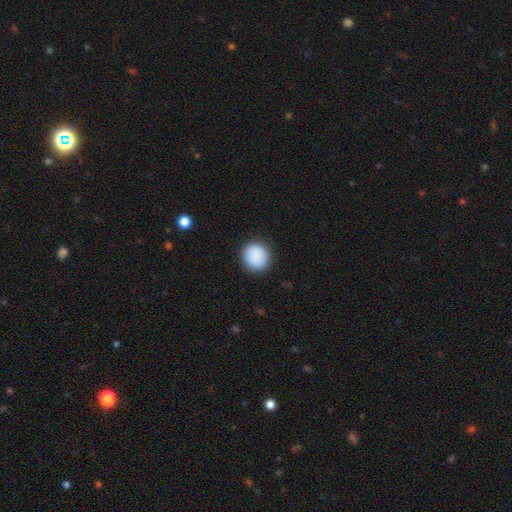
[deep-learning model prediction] Morphology: type=smooth (89%); roundness=round (90%); merging=none (90%).